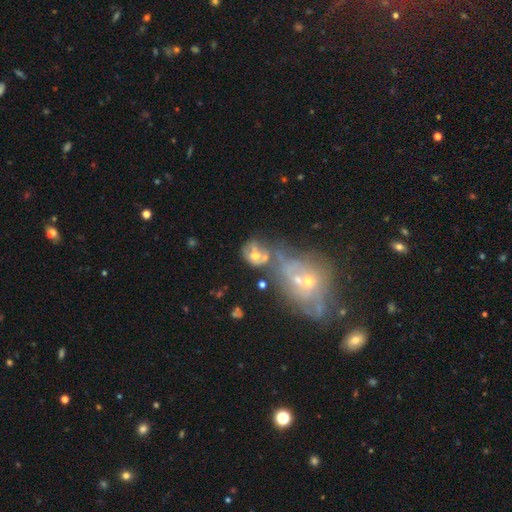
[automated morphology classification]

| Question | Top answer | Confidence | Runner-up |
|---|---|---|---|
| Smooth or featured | featured or disk | 46% | smooth (40%) |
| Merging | merger | 54% | none (19%) |